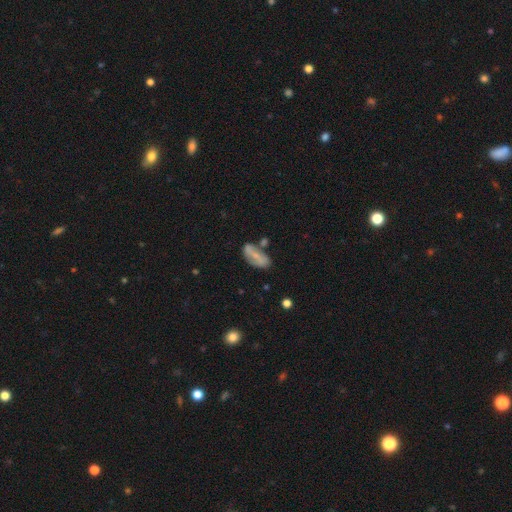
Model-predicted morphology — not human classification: Smooth or featured?
  - smooth: 51% *
  - featured or disk: 40%
  - star or artifact: 9%
How rounded?
  - in between: 82% *
  - cigar-shaped: 14%
  - round: 4%
Merging?
  - none: 52% *
  - minor disturbance: 23%
  - merger: 16%
  - major disturbance: 9%